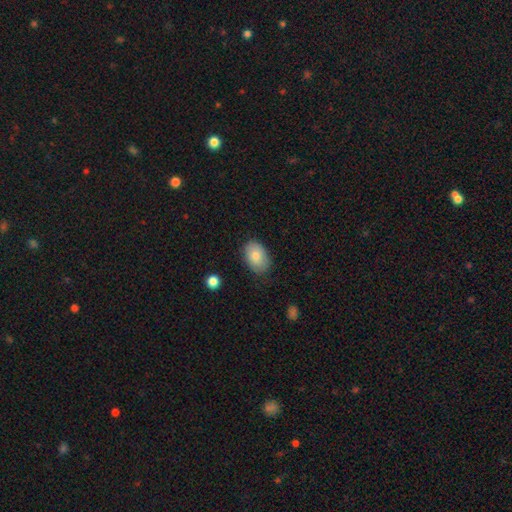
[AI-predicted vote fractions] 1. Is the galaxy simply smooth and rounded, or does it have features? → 79% smooth, 13% featured or disk, 7% star or artifact.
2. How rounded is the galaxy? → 85% in between, 14% round, 1% cigar-shaped.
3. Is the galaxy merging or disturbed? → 80% none, 15% minor disturbance, 3% major disturbance, 1% merger.